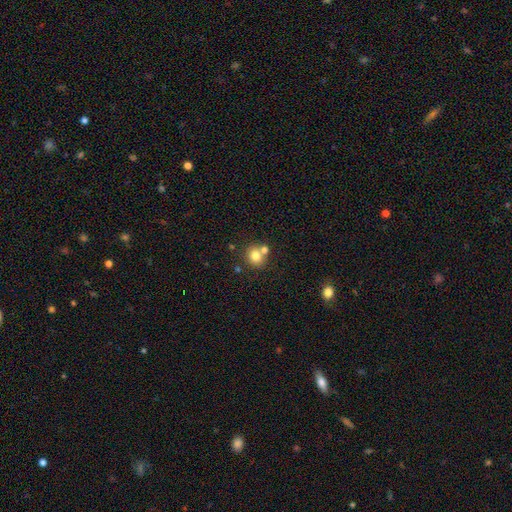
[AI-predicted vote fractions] Overall: smooth (77%). How rounded: round (81%). Merging: none (57%; merger 31%).